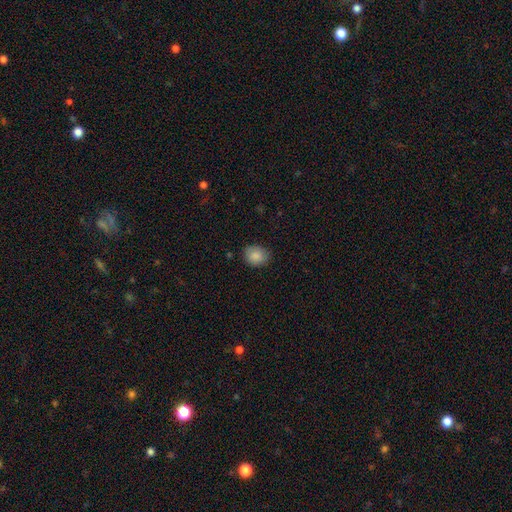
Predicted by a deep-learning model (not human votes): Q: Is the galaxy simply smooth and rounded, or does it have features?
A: smooth — 87%.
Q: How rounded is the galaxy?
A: round — 56%.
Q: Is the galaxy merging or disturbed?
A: none — 82%.